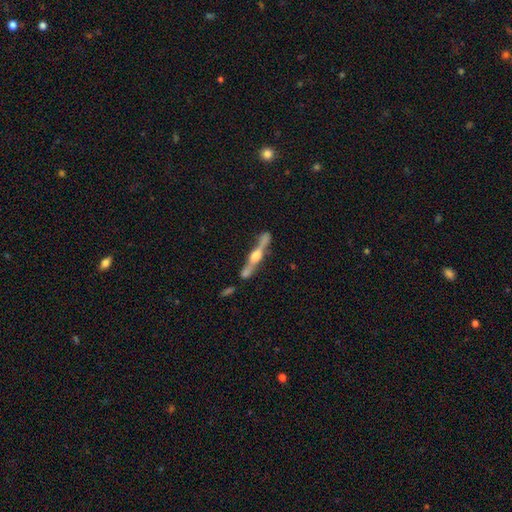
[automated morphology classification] A featured or disk galaxy (79%) viewed edge-on (97%) with a rounded central bulge (92%).

Vote fractions:
- Smooth or featured? featured or disk: 79% / smooth: 15% / star or artifact: 6%
- Edge-on disk? yes: 97% / no: 3%
- Edge-on bulge? rounded: 92% / boxy: 5% / none: 3%
- Merging? none: 75% / minor disturbance: 12% / merger: 9% / major disturbance: 4%